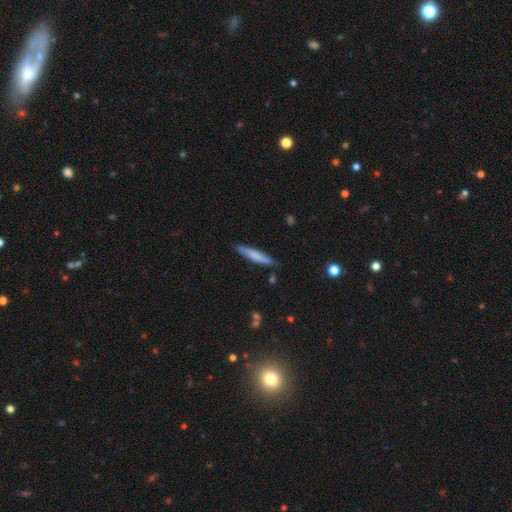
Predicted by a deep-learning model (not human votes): Overall: smooth (66%; featured or disk 28%). How rounded: cigar-shaped (92%). Merging: none (83%).